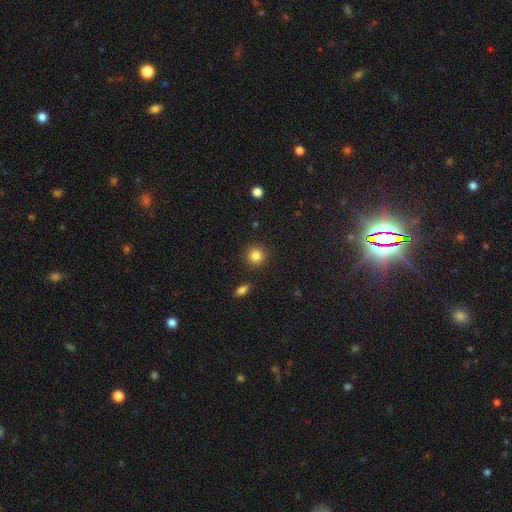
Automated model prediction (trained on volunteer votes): Morphology: type=smooth (85%); roundness=round (93%); merging=none (90%).